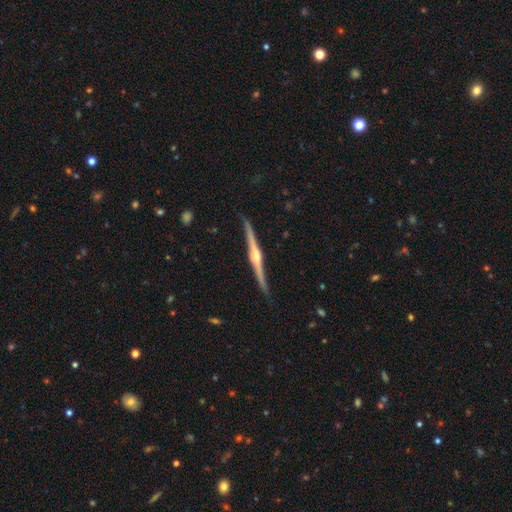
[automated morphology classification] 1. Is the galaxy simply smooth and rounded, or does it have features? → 85% featured or disk, 11% smooth, 5% star or artifact.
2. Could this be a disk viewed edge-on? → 98% yes, 2% no.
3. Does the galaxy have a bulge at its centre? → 88% rounded, 7% boxy, 5% none.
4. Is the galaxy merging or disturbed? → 88% none, 9% minor disturbance, 2% major disturbance, 1% merger.